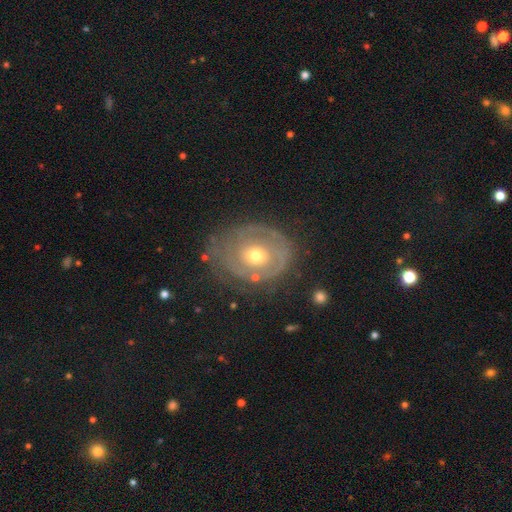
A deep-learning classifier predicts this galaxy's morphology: This is likely a featured or disk galaxy (70%). It is clearly not viewed edge-on (96%). Bar: clearly no (83%). Spiral arm pattern: likely yes (65%). Central bulge: likely moderate (67%). Merging: likely none (63%).